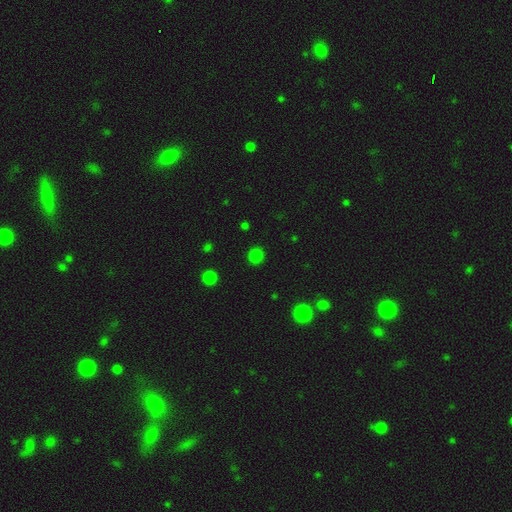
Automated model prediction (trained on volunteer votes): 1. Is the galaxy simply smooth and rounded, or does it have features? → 82% smooth, 15% star or artifact, 3% featured or disk.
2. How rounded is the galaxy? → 90% round, 9% in between, 1% cigar-shaped.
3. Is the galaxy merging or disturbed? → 90% none, 6% minor disturbance, 2% major disturbance, 1% merger.